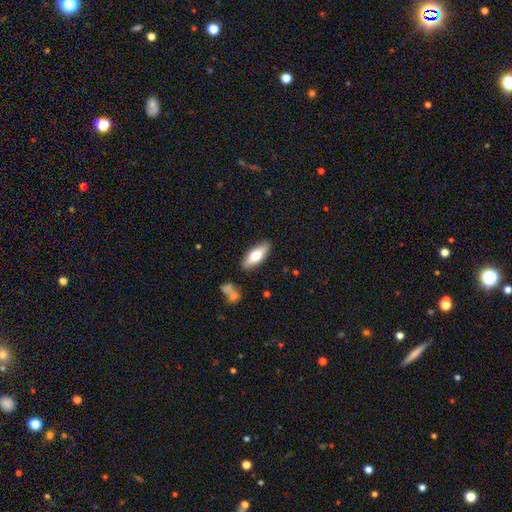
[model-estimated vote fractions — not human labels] This is likely a smooth galaxy (68%). How rounded: likely in between (73%). Merging: clearly none (85%).